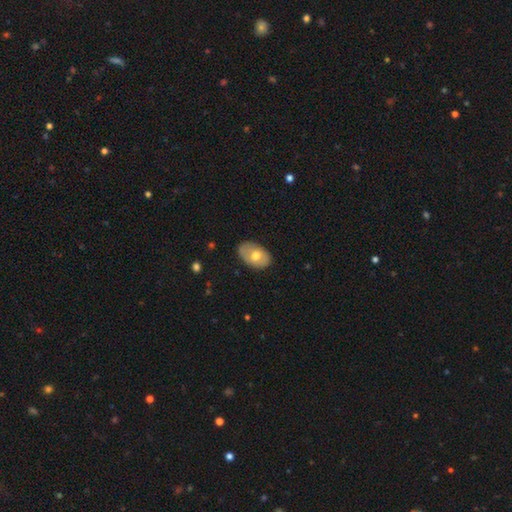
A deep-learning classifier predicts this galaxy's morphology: Overall: smooth (63%; featured or disk 31%). How rounded: in between (89%). Merging: none (78%).